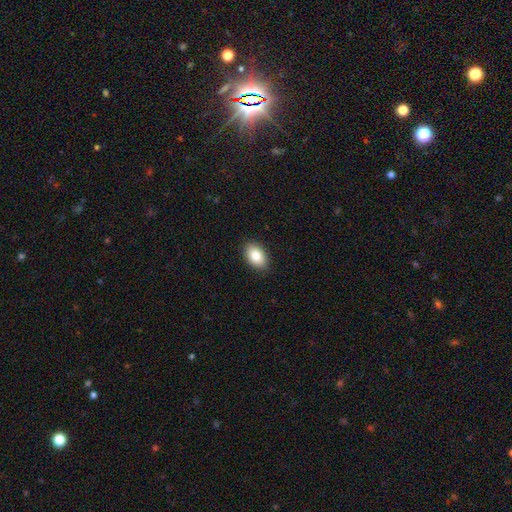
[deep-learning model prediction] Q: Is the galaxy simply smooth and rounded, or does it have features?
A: smooth — 85%.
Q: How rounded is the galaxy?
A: in between — 90%.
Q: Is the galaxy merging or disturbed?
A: none — 89%.